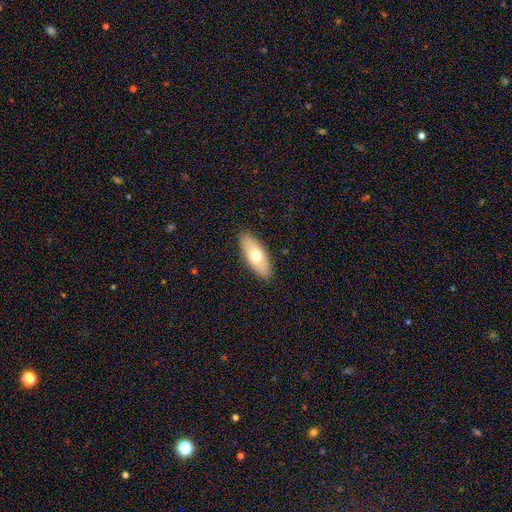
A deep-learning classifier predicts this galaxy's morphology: Smooth or featured: smooth — 66% (featured or disk — 28%)
How rounded: in between — 75% (cigar-shaped — 22%)
Merging: none — 89% (minor disturbance — 8%)